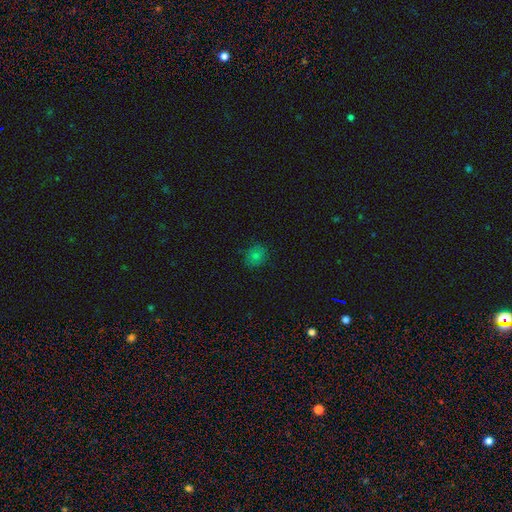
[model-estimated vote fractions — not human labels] Smooth or featured? smooth (77%)
How rounded? round (73%)
Merging? none (80%)